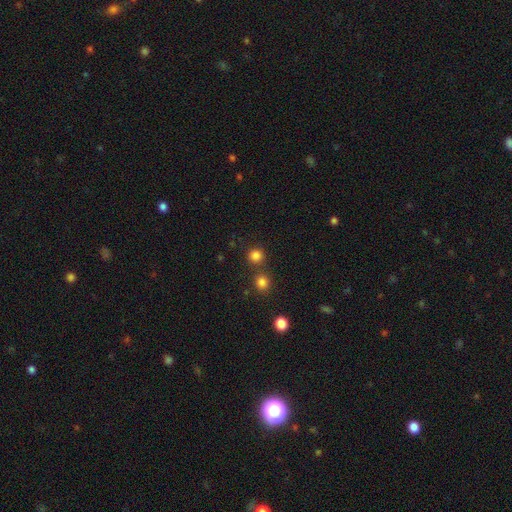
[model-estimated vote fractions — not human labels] Morphology: type=smooth (81%); roundness=round (91%); merging=none (75%).